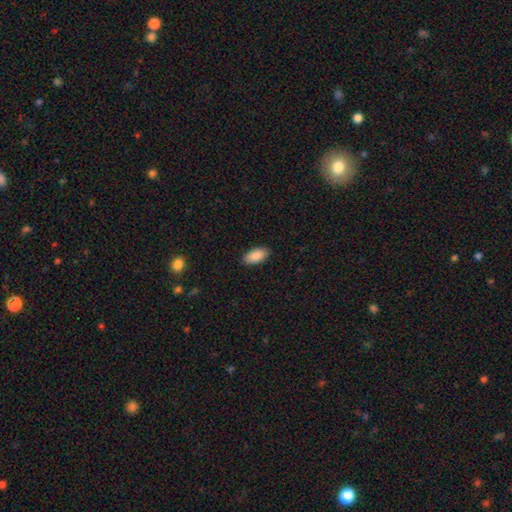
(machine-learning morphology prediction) Smooth or featured: smooth — 89% (star or artifact — 6%)
How rounded: in between — 92% (cigar-shaped — 6%)
Merging: none — 89% (minor disturbance — 8%)